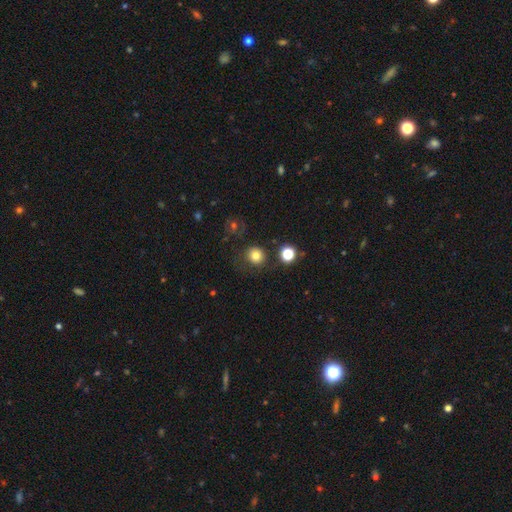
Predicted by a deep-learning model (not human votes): This appears to be a smooth galaxy with no disk features (80%) that is round (90%). Merging: none (79%).